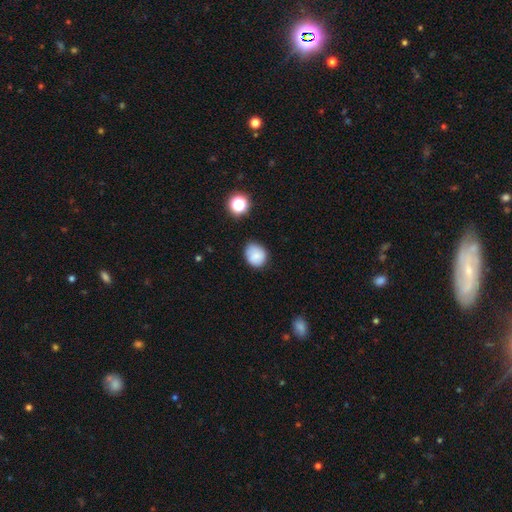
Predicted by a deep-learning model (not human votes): This is clearly a smooth galaxy (82%). How rounded: likely round (61%). Merging: likely none (72%).